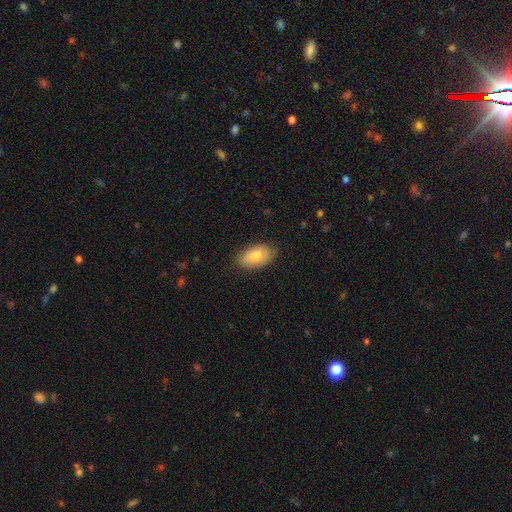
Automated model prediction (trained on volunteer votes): Q: Smooth or featured?
A: smooth (81%); runner-up: featured or disk (13%)
Q: How rounded?
A: in between (94%); runner-up: round (4%)
Q: Merging?
A: none (82%); runner-up: minor disturbance (14%)